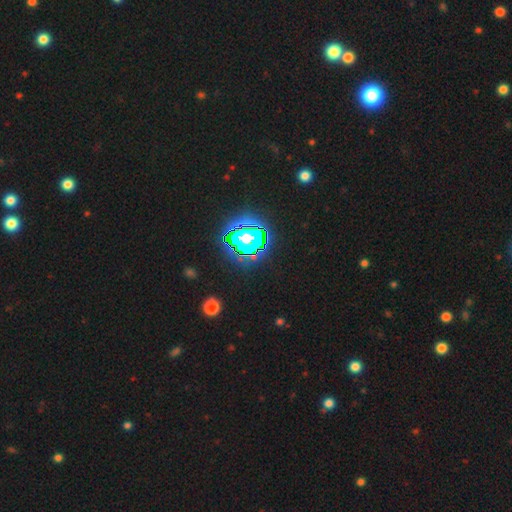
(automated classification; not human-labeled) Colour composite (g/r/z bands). It shows a star or artifact, not a galaxy (82%).